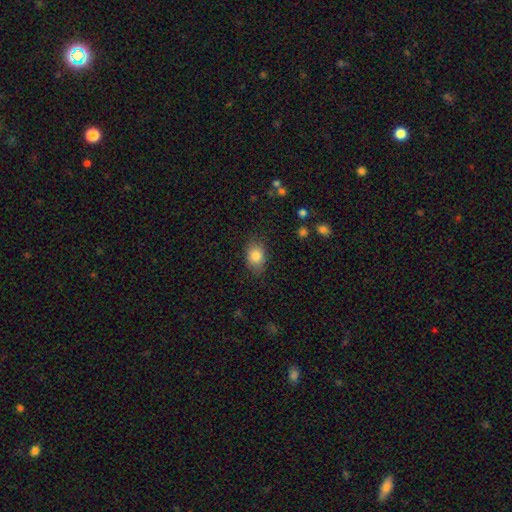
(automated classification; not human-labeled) This is clearly a smooth galaxy (83%). How rounded: likely in between (77%). Merging: clearly none (80%).